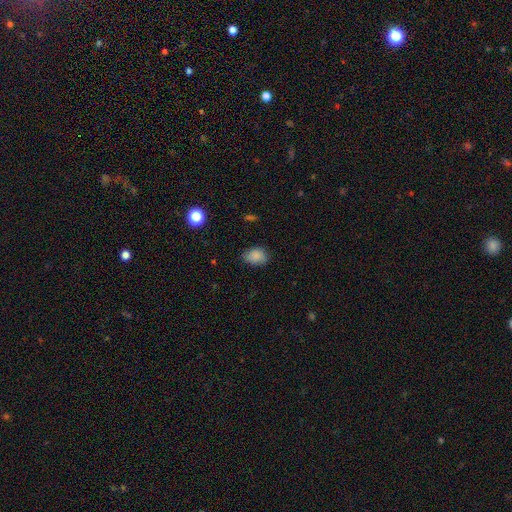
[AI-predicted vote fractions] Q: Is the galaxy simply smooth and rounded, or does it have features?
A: smooth — 85%.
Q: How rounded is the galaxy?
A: in between — 69%.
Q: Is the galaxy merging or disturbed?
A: none — 72%.